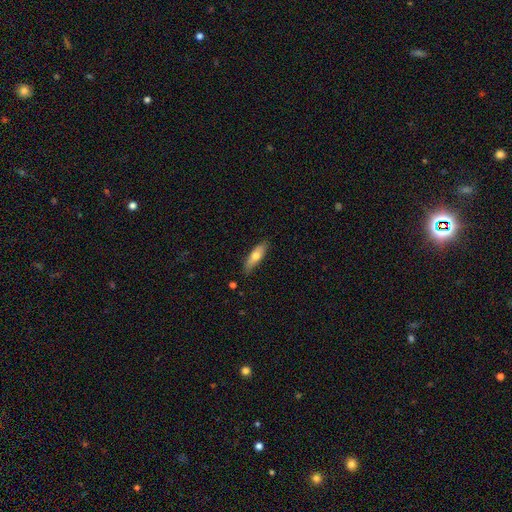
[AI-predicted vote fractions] Overall: smooth (65%; featured or disk 28%). How rounded: in between (54%; cigar-shaped 43%). Merging: none (79%).